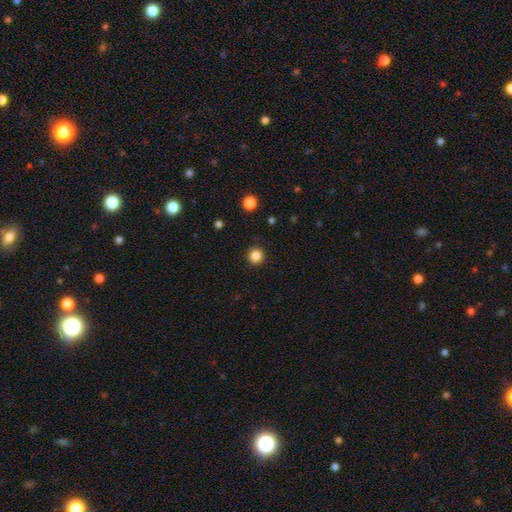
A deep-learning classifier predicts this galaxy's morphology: This is clearly a smooth galaxy (84%). How rounded: clearly round (95%). Merging: clearly none (92%).